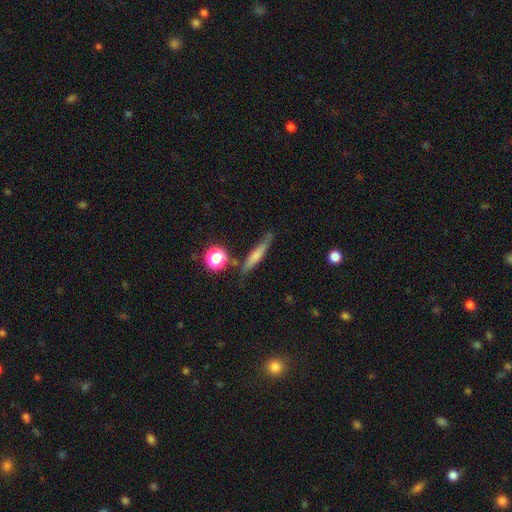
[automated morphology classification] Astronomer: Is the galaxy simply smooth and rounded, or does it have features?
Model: smooth — 60%.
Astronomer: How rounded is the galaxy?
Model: cigar-shaped — 84%.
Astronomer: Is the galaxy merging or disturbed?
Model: none — 75%.